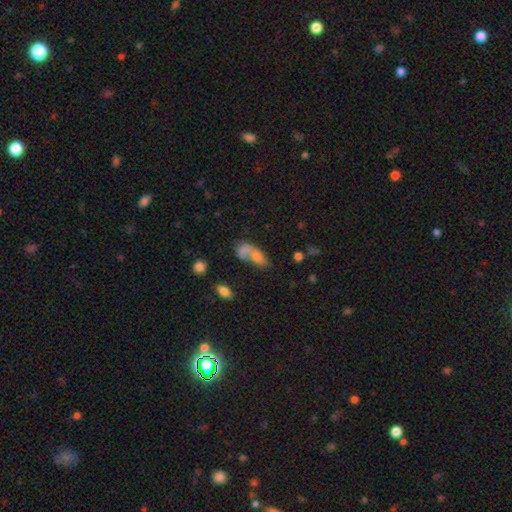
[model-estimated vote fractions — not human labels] A smooth galaxy with no disk features (68%) that is in between round and cigar-shaped (78%). Merging: merger (54%).